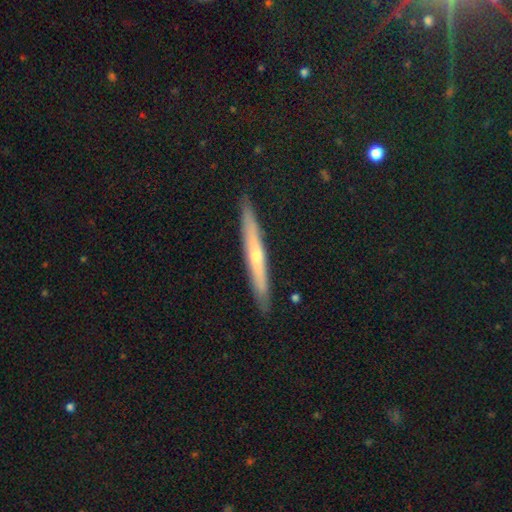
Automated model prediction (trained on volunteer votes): Morphology: type=featured or disk (59%); edge-on=yes (94%); edge-on bulge=rounded (66%); merging=none (91%).